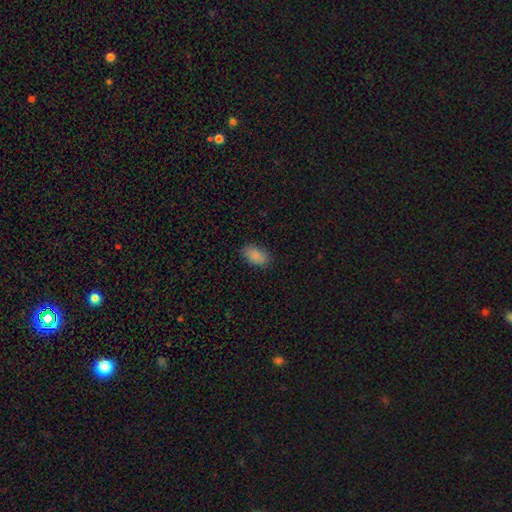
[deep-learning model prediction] The model was most divided on "merging": none: 83%, minor disturbance: 13%, major disturbance: 3%, merger: 1%. More confident: how rounded — in between (91%); smooth or featured — smooth (86%).